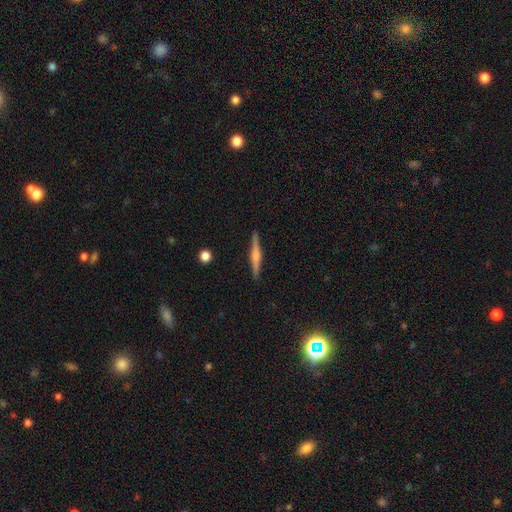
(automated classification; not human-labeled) featured or disk 64%, smooth 30%, star or artifact 6%. Down the decision tree: edge-on disk — yes (98%); edge-on bulge — rounded (65%); merging — none (90%).